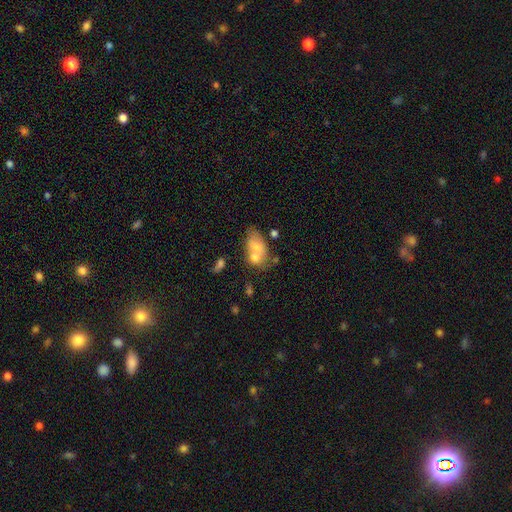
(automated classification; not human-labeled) smooth 54%, featured or disk 31%, star or artifact 15%. Down the decision tree: how rounded — in between (75%); merging — merger (44%).